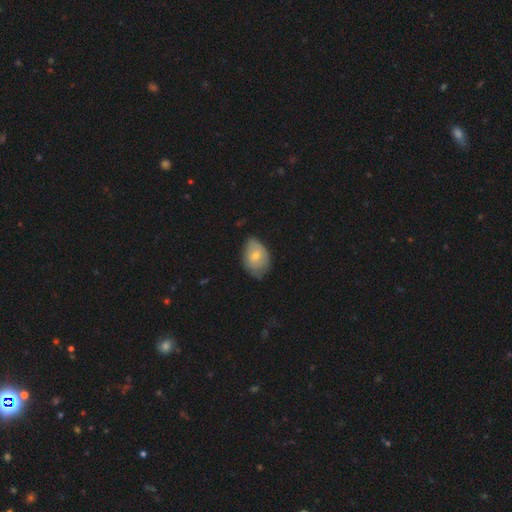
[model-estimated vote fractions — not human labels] Overall: smooth (63%; featured or disk 30%). How rounded: in between (78%). Merging: none (49%; minor disturbance 40%).